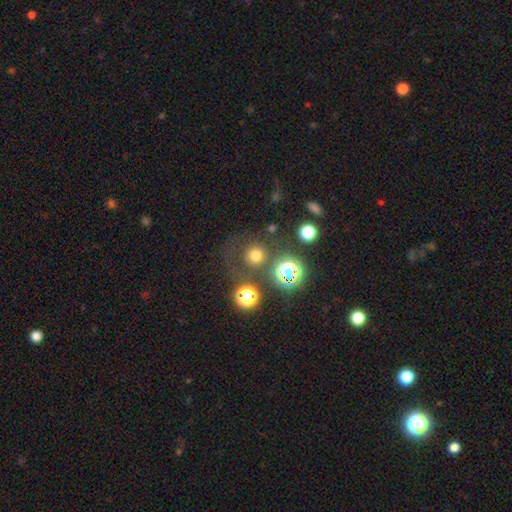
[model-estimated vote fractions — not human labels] The model was most divided on "smooth or featured": smooth: 68%, star or artifact: 23%, featured or disk: 9%. More confident: how rounded — round (93%); merging — none (73%).